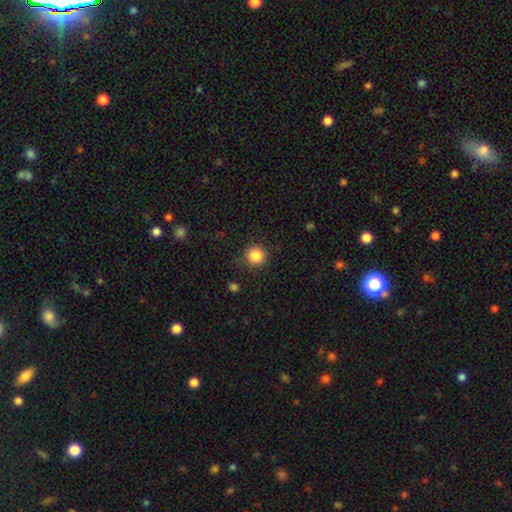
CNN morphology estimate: smooth 85%, star or artifact 11%, featured or disk 4%. Down the decision tree: how rounded — round (94%); merging — none (86%).